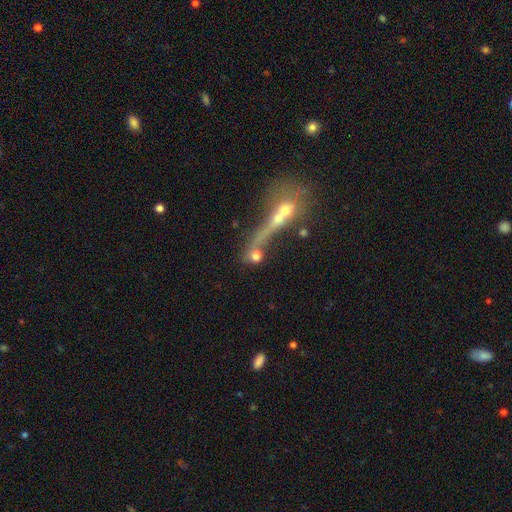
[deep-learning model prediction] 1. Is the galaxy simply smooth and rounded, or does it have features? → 64% smooth, 20% featured or disk, 16% star or artifact.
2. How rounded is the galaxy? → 65% round, 22% in between, 13% cigar-shaped.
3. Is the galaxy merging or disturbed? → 43% merger, 36% none, 12% major disturbance, 9% minor disturbance.